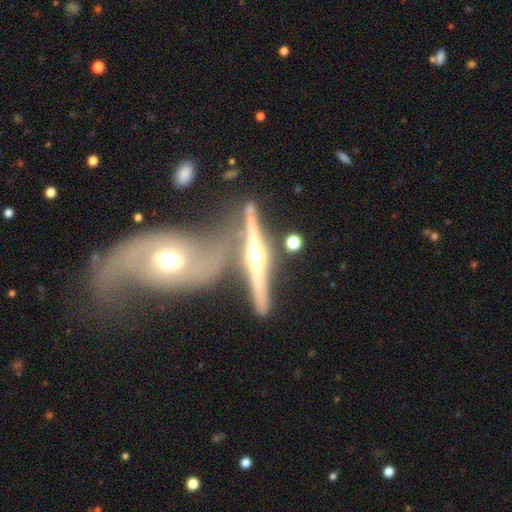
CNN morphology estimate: Overall: featured or disk (80%). Edge-on disk: yes (94%). Edge-on bulge: rounded (93%). Merging: none (56%; merger 28%).